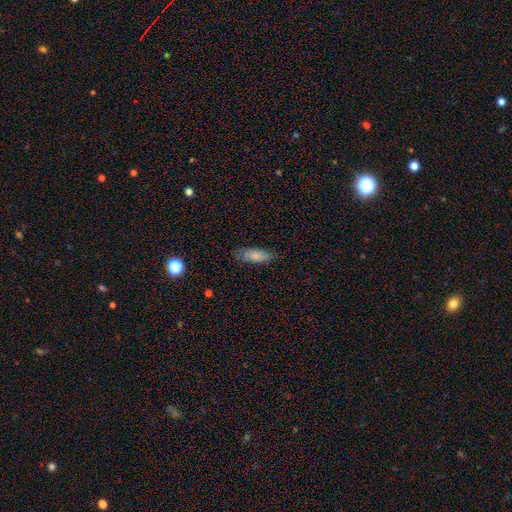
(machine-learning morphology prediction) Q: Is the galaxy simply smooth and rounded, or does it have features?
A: smooth — 76%.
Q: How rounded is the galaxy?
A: in between — 76%.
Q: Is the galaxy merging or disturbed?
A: none — 74%.